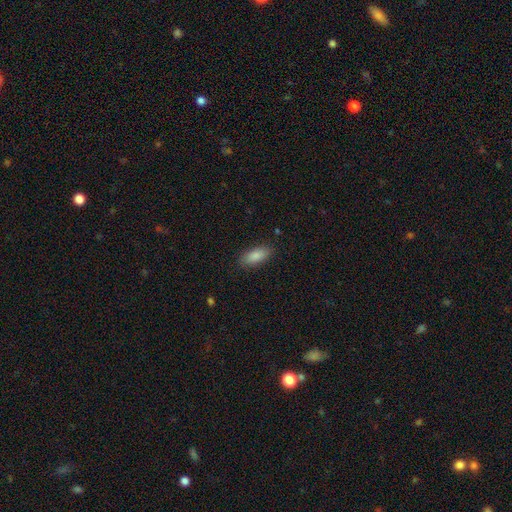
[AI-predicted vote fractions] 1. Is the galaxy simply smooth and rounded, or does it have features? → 87% smooth, 7% star or artifact, 6% featured or disk.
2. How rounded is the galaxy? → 82% in between, 16% cigar-shaped, 2% round.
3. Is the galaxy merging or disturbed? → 86% none, 10% minor disturbance, 3% major disturbance, 1% merger.